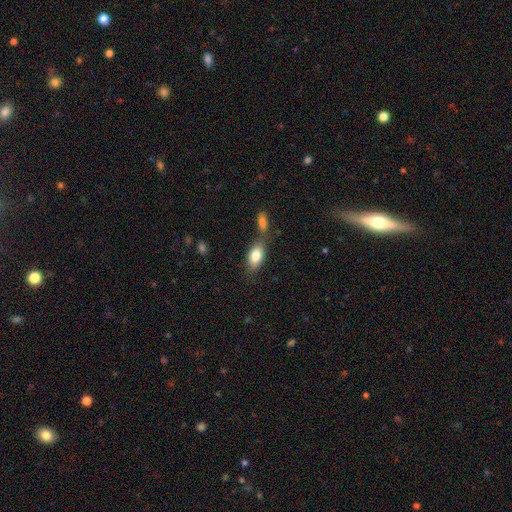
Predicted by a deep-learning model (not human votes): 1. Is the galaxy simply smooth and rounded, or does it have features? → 80% smooth, 13% featured or disk, 7% star or artifact.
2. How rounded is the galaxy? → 89% in between, 6% cigar-shaped, 5% round.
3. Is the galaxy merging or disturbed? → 54% none, 28% merger, 14% minor disturbance, 5% major disturbance.